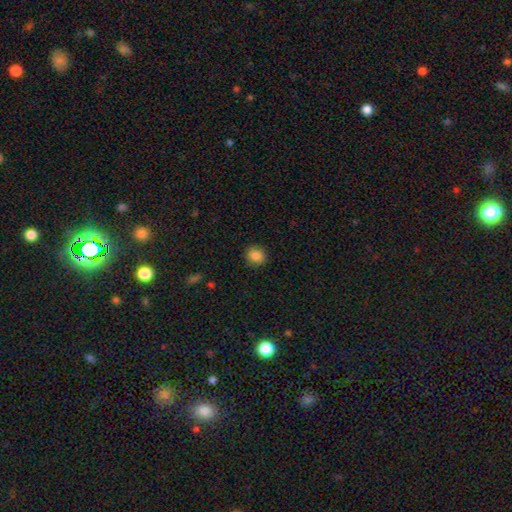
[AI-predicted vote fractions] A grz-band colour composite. It shows a smooth galaxy with no disk features (86%) that is round (79%). Merging: none (88%).